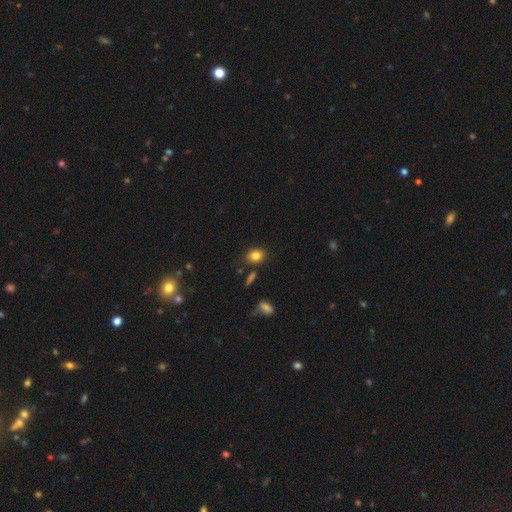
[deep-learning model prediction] smooth_or_featured: smooth (p=0.82) [alt: star or artifact p=0.11]
how_rounded: round (p=0.50) [alt: in between p=0.49]
merging: none (p=0.81) [alt: minor disturbance p=0.12]